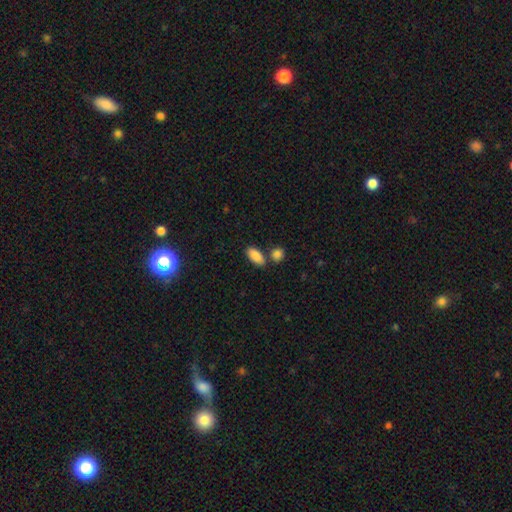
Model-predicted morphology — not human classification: This appears to be a smooth galaxy with no disk features (87%) that is in between round and cigar-shaped (90%). Merging: none (68%).